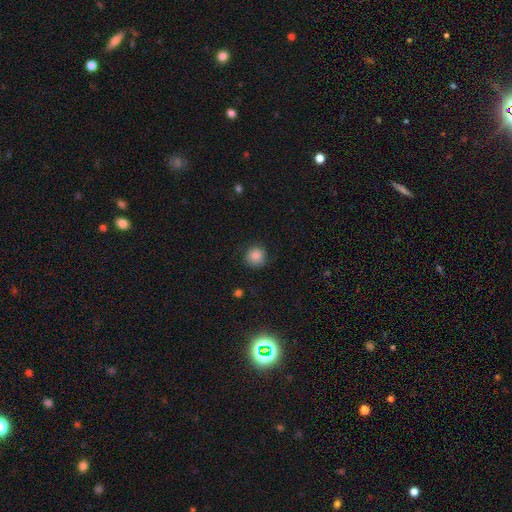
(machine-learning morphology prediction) Overall: smooth (86%). How rounded: round (91%). Merging: none (82%).